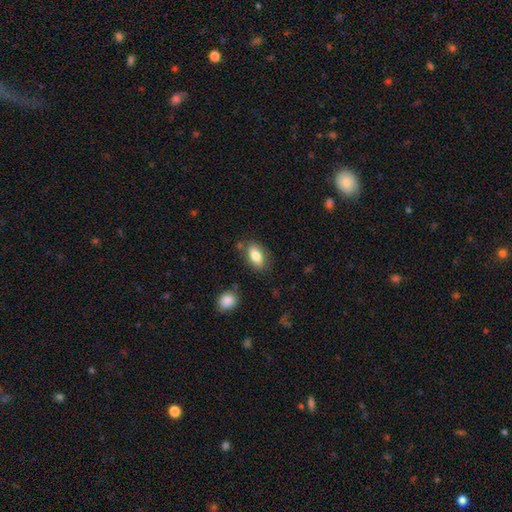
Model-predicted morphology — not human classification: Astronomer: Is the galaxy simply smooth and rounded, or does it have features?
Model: smooth — 80%.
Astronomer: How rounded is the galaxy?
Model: in between — 89%.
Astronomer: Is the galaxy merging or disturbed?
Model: none — 78%.